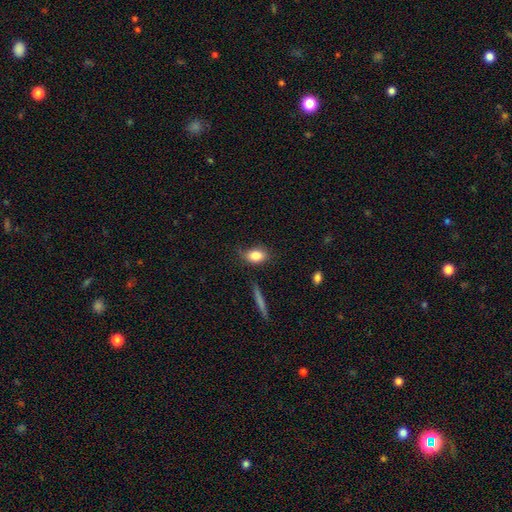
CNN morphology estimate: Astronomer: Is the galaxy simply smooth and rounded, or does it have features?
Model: smooth — 82%.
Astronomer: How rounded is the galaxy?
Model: in between — 78%.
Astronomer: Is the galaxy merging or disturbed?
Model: none — 68%.